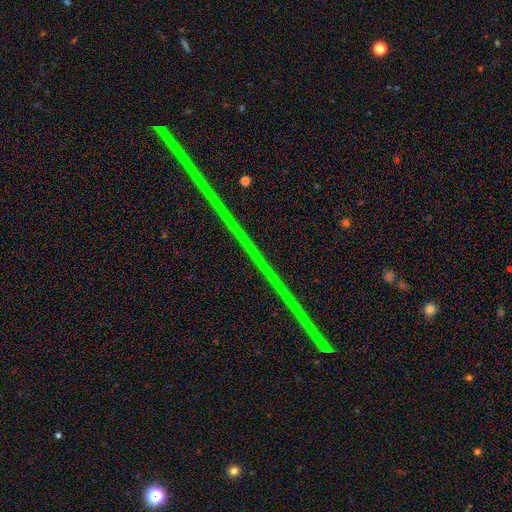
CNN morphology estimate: This is clearly a star or artifact rather than a galaxy (86%).